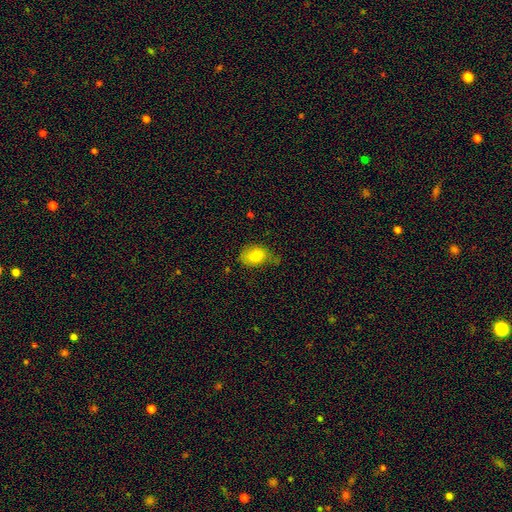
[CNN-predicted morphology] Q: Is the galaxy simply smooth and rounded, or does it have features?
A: smooth — 80%.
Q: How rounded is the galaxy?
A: in between — 71%.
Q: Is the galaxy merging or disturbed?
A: none — 51%.